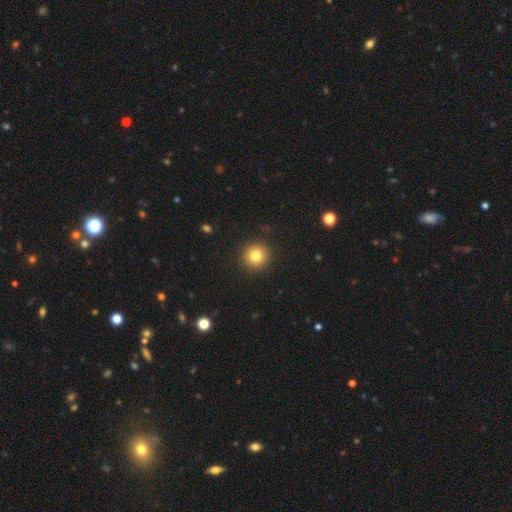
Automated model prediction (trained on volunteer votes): Smooth or featured? Predicted: smooth (p=0.82). How rounded? Predicted: round (p=0.94). Merging? Predicted: none (p=0.92).